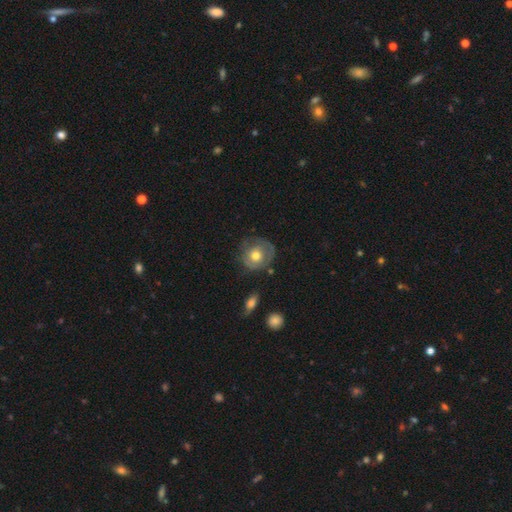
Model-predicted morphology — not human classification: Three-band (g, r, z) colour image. It shows a smooth galaxy with no disk features (49%). Merging: none (62%).